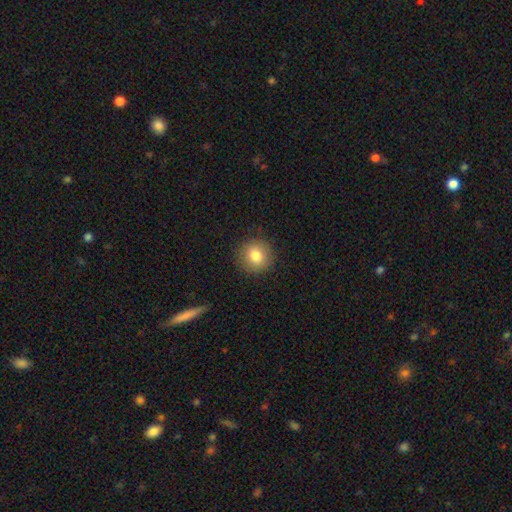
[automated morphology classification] smooth_or_featured: smooth (p=0.81) [alt: star or artifact p=0.10]
how_rounded: round (p=0.92) [alt: in between p=0.07]
merging: none (p=0.89) [alt: minor disturbance p=0.07]